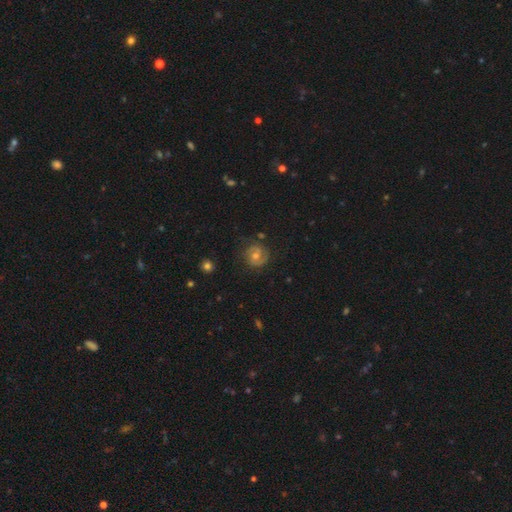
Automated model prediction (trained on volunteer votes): Smooth or featured?
  - featured or disk: 72% *
  - smooth: 19%
  - star or artifact: 8%
Edge-on disk?
  - no: 98% *
  - yes: 2%
Bar?
  - no: 56% *
  - weak: 36%
  - strong: 8%
Spiral arms?
  - yes: 91% *
  - no: 9%
Spiral winding?
  - tight: 48% *
  - medium: 39%
  - loose: 13%
Spiral arm count?
  - 2: 69% *
  - 1: 12%
  - can't tell: 12%
  - 3: 4%
  - 4: 1%
  - more than 4: 1%
Bulge size?
  - moderate: 63% *
  - small: 31%
  - large: 3%
  - none: 2%
  - dominant: 1%
Merging?
  - none: 73% *
  - minor disturbance: 17%
  - major disturbance: 8%
  - merger: 2%